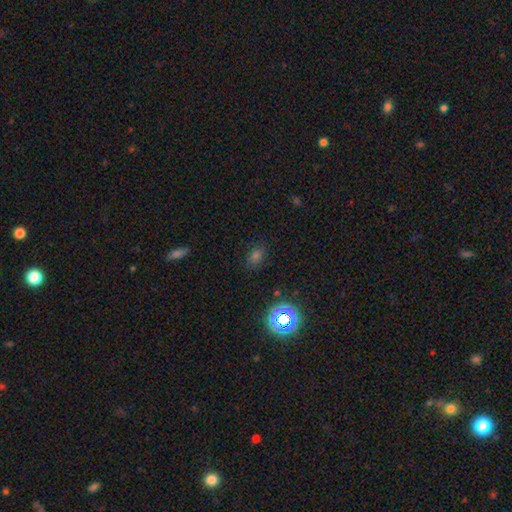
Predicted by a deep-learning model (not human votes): The model was most divided on "how rounded": in between: 62%, round: 36%, cigar-shaped: 2%. More confident: merging — none (83%); smooth or featured — smooth (59%).